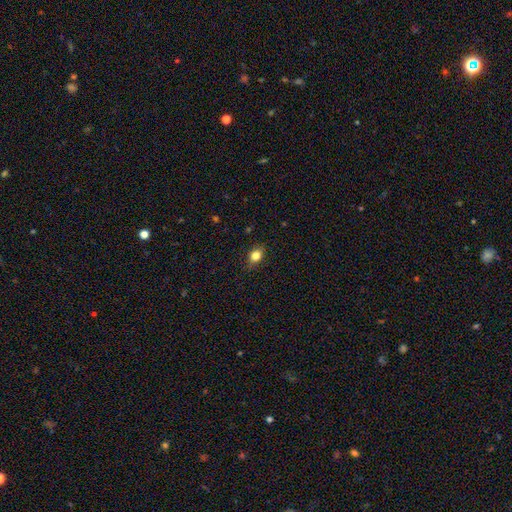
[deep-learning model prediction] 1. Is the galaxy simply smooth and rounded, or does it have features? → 82% smooth, 11% star or artifact, 8% featured or disk.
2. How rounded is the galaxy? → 56% in between, 42% round, 2% cigar-shaped.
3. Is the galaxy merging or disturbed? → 82% none, 14% minor disturbance, 3% major disturbance, 1% merger.